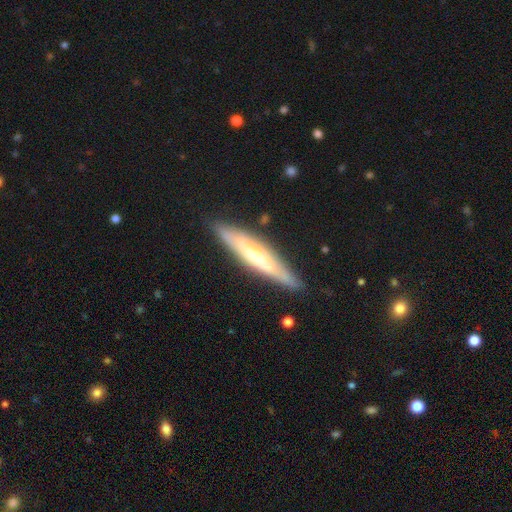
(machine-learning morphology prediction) smooth_or_featured: featured or disk (p=0.59) [alt: smooth p=0.35]
disk_edge_on: yes (p=0.83) [alt: no p=0.17]
merging: none (p=0.83) [alt: minor disturbance p=0.13]